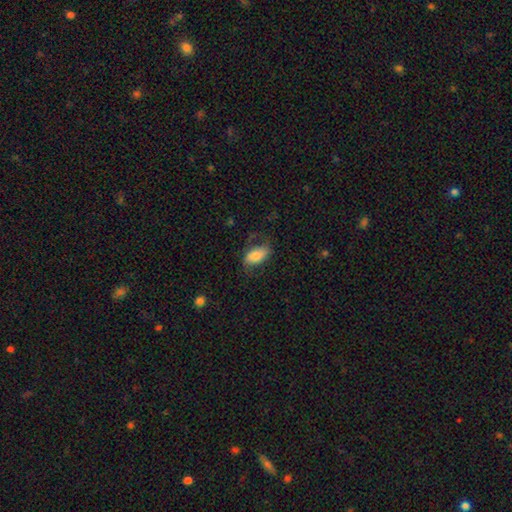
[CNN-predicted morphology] The model was most divided on "merging": none: 59%, minor disturbance: 24%, major disturbance: 15%, merger: 2%. More confident: how rounded — in between (91%); smooth or featured — smooth (67%).